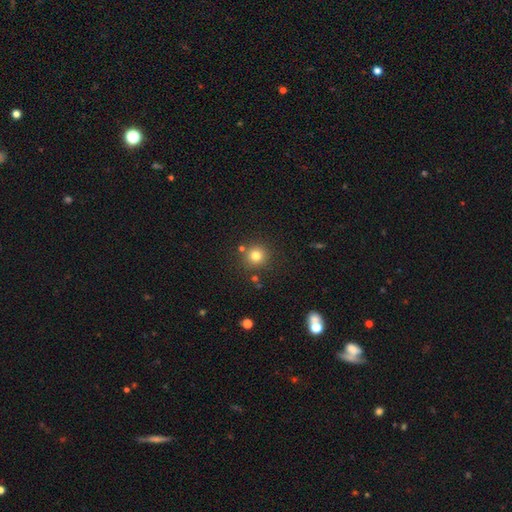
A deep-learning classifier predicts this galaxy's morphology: Smooth or featured? smooth (79%)
How rounded? round (94%)
Merging? none (83%)